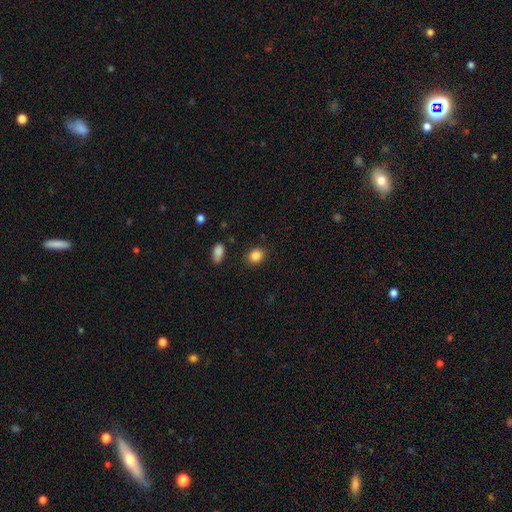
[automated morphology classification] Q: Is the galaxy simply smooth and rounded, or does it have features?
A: smooth — 86%.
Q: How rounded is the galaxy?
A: round — 51%.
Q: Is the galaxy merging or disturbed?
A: none — 87%.